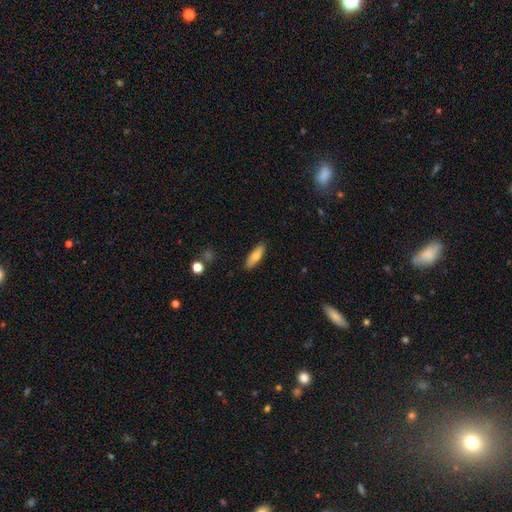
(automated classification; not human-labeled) This appears to be a smooth galaxy with no disk features (73%) that is in between round and cigar-shaped (60%). Merging: none (87%).